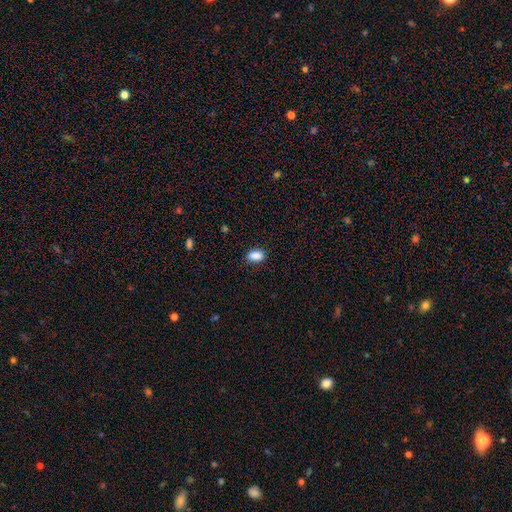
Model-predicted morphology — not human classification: Smooth or featured?
  - smooth: 88% *
  - star or artifact: 8%
  - featured or disk: 3%
How rounded?
  - in between: 89% *
  - round: 8%
  - cigar-shaped: 3%
Merging?
  - none: 81% *
  - minor disturbance: 15%
  - major disturbance: 3%
  - merger: 1%